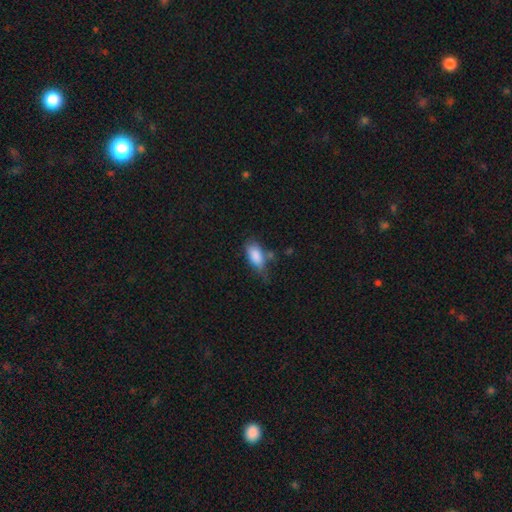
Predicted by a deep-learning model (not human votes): A smooth galaxy with no disk features (84%) that is in between round and cigar-shaped (89%). Merging: none (45%).